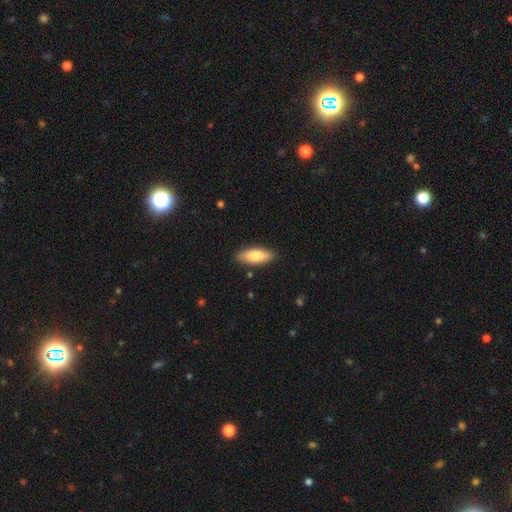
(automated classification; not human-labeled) Q: Smooth or featured?
A: smooth (81%); runner-up: featured or disk (13%)
Q: How rounded?
A: in between (72%); runner-up: cigar-shaped (27%)
Q: Merging?
A: none (87%); runner-up: minor disturbance (10%)